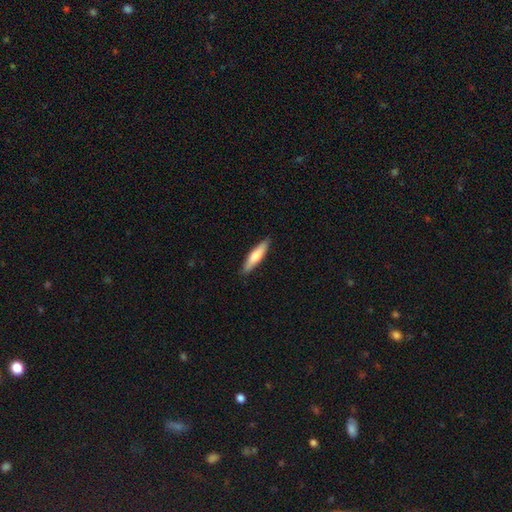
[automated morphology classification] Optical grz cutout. It shows a smooth galaxy with no disk features (70%) that is cigar-shaped (79%). Merging: none (89%).